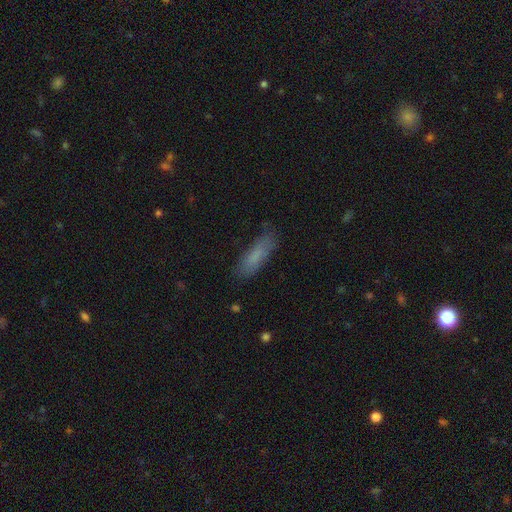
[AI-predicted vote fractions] Overall: smooth (80%). How rounded: cigar-shaped (61%; in between 38%). Merging: none (78%).